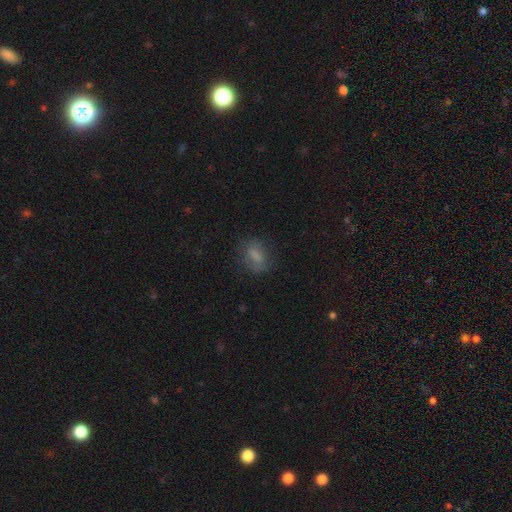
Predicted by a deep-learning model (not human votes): A smooth galaxy with no disk features (69%) that is in between round and cigar-shaped (73%). Merging: none (73%).